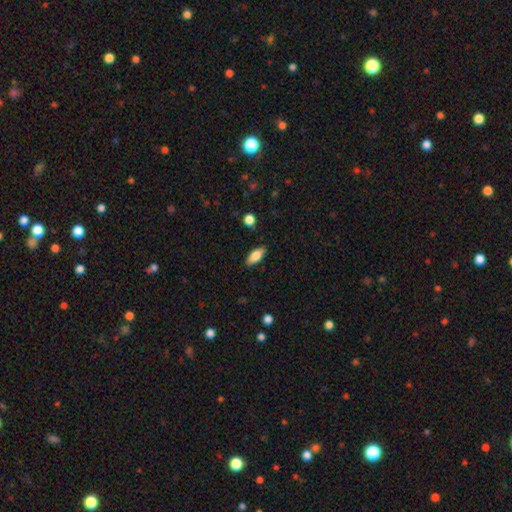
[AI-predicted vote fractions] A smooth galaxy with no disk features (76%) that is in between round and cigar-shaped (80%).

Vote fractions:
- Smooth or featured? smooth: 76% / featured or disk: 17% / star or artifact: 7%
- How rounded? in between: 80% / cigar-shaped: 17% / round: 3%
- Merging? none: 86% / minor disturbance: 10% / major disturbance: 2% / merger: 1%